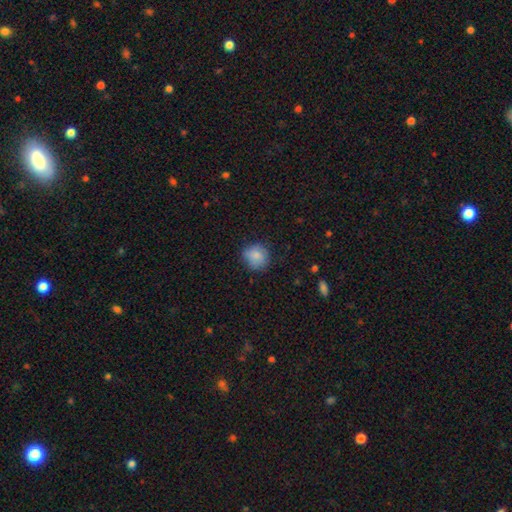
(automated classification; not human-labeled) smooth-or-featured: smooth: 83% | star or artifact: 9% | featured or disk: 8%
  how-rounded: round: 86% | in between: 13% | cigar-shaped: 1%
  merging: none: 75% | minor disturbance: 20% | major disturbance: 4% | merger: 1%